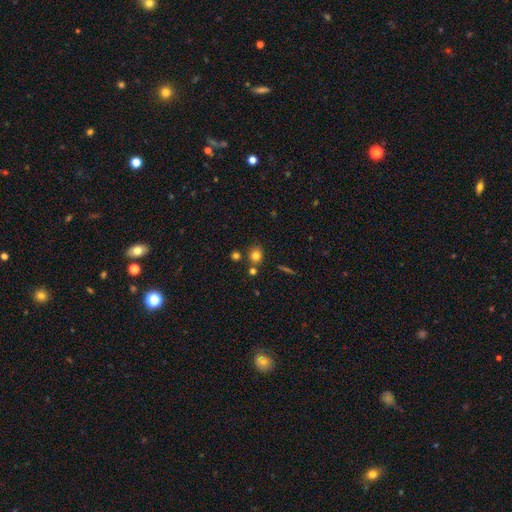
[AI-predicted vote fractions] This appears to be a smooth galaxy with no disk features (79%) that is round (72%). Merging: none (72%).